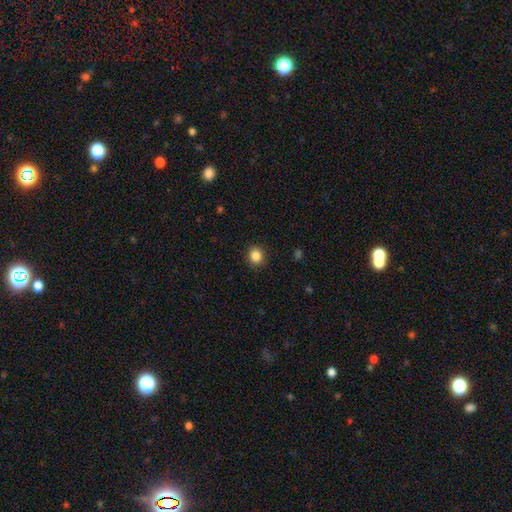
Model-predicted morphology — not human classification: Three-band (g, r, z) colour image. It shows a smooth galaxy with no disk features (86%) that is round (79%). Merging: none (90%).